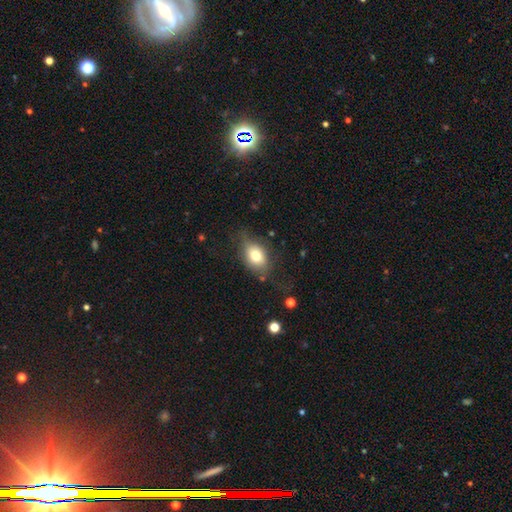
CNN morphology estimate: Smooth or featured? Predicted: smooth (p=0.73). How rounded? Predicted: in between (p=0.74). Merging? Predicted: none (p=0.61).